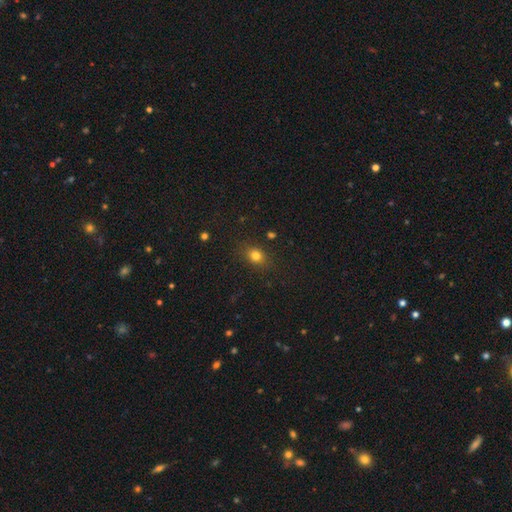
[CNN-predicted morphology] A smooth galaxy with no disk features (79%) that is round (53%). Merging: none (85%).